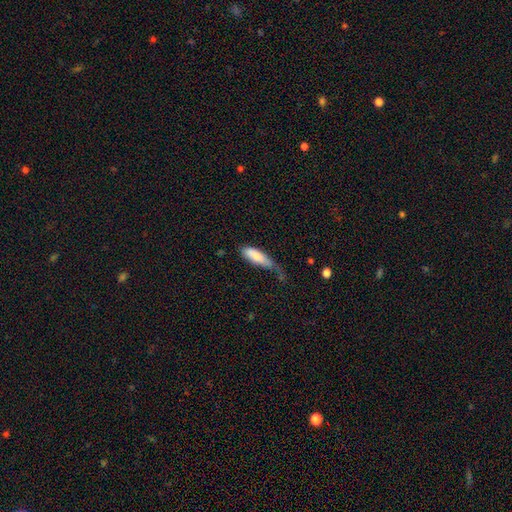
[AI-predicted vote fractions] Morphology: type=smooth (76%); roundness=in between (59%); merging=minor disturbance (38%).